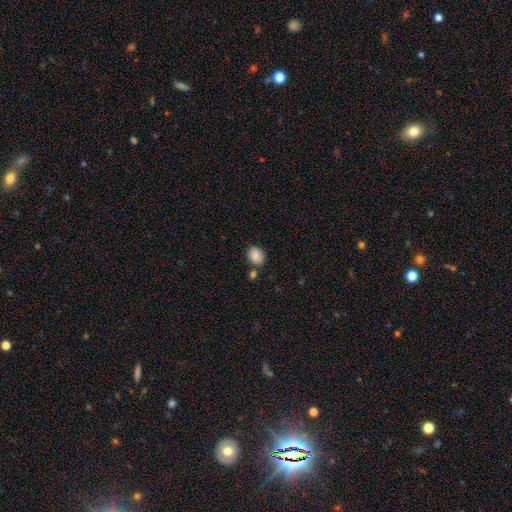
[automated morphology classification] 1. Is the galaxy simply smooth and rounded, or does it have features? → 88% smooth, 8% star or artifact, 4% featured or disk.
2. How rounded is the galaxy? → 68% in between, 31% round, 1% cigar-shaped.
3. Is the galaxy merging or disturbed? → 76% none, 12% minor disturbance, 9% merger, 3% major disturbance.